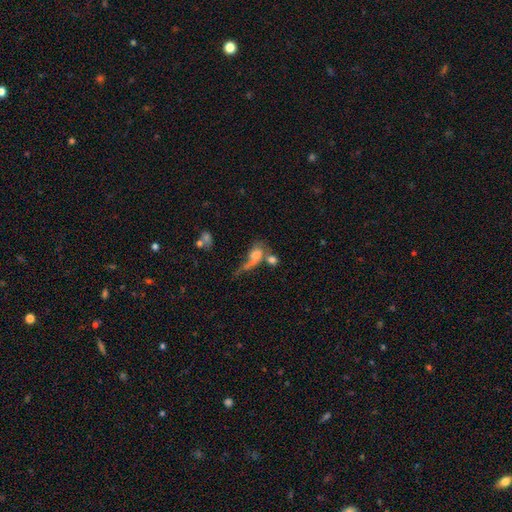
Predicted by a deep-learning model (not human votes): Q: Smooth or featured?
A: smooth (54%); runner-up: featured or disk (34%)
Q: How rounded?
A: in between (67%); runner-up: round (22%)
Q: Merging?
A: merger (41%); runner-up: major disturbance (32%)